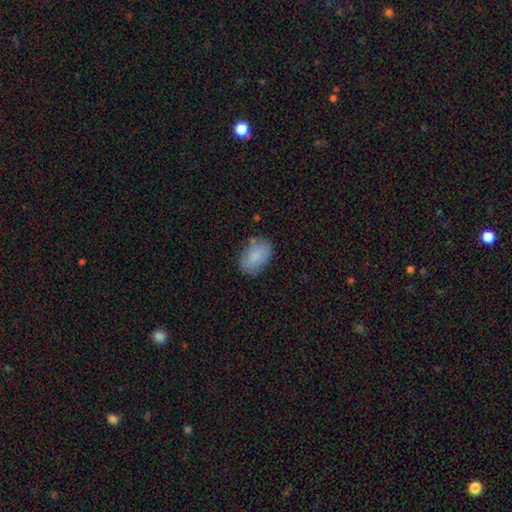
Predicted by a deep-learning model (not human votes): Q: Smooth or featured?
A: smooth (83%); runner-up: featured or disk (10%)
Q: How rounded?
A: in between (90%); runner-up: round (9%)
Q: Merging?
A: none (74%); runner-up: minor disturbance (19%)